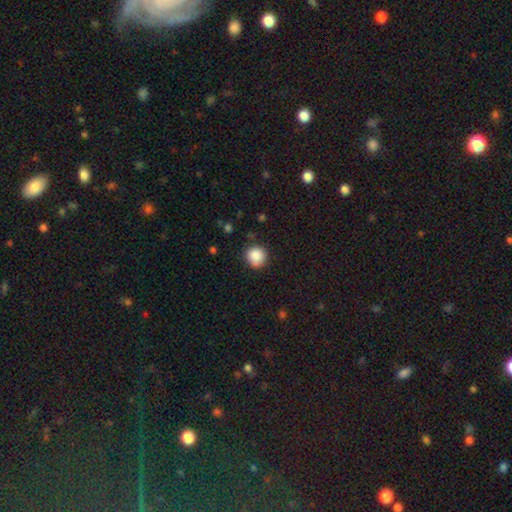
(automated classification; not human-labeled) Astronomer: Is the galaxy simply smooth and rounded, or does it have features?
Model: smooth — 87%.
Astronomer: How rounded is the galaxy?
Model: round — 92%.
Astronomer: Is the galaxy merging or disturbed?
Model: none — 82%.